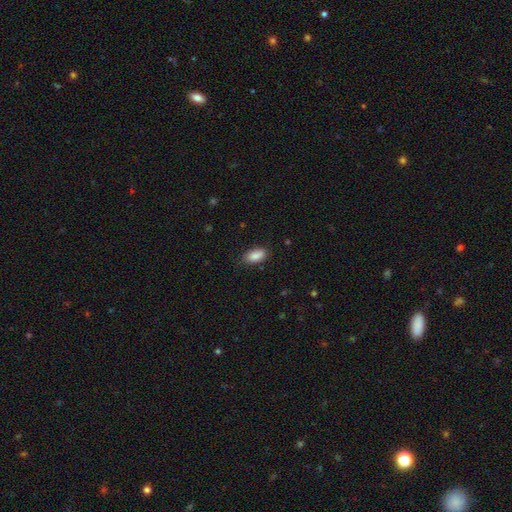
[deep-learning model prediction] Overall: smooth (88%). How rounded: in between (92%). Merging: none (80%).